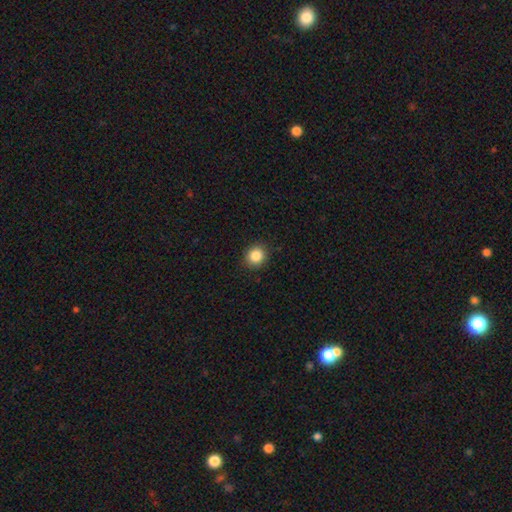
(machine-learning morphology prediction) smooth 86%, star or artifact 10%, featured or disk 4%. Down the decision tree: how rounded — round (87%); merging — none (91%).